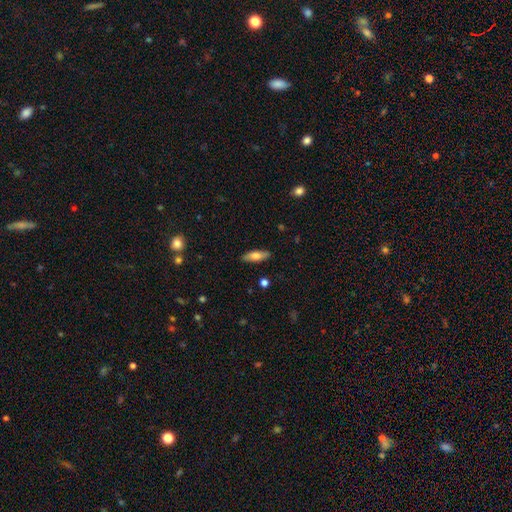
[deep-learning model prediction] Smooth or featured? Predicted: smooth (p=0.68). How rounded? Predicted: in between (p=0.51). Merging? Predicted: none (p=0.88).